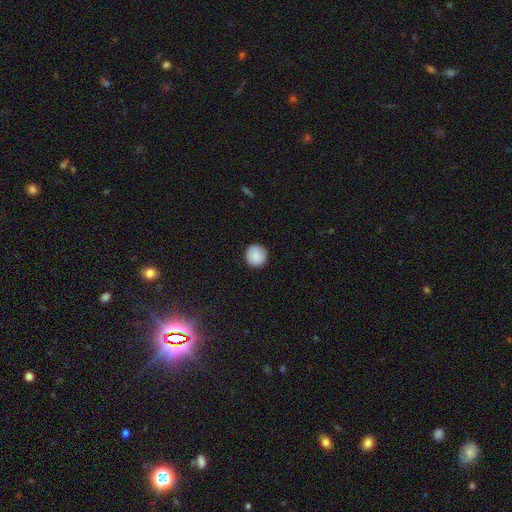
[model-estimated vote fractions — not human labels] A smooth galaxy with no disk features (89%) that is round (96%). Merging: none (92%).